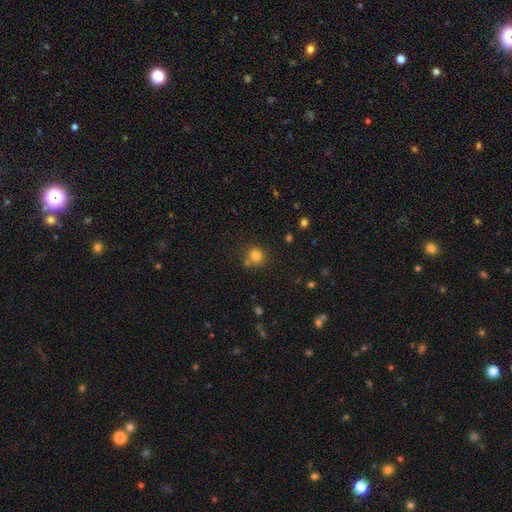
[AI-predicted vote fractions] This is likely a smooth galaxy (80%). How rounded: clearly round (90%). Merging: likely none (70%).